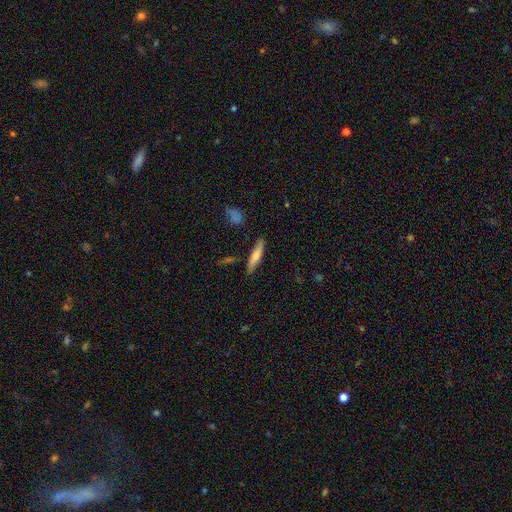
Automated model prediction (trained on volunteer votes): Smooth or featured? smooth (63%)
How rounded? cigar-shaped (83%)
Merging? none (83%)